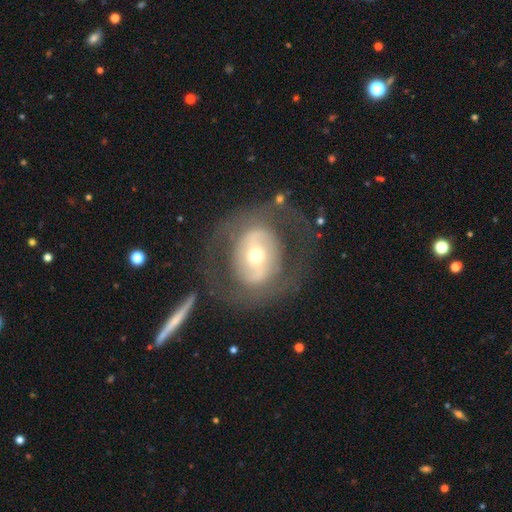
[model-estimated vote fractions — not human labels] smooth_or_featured: featured or disk (p=0.65) [alt: smooth p=0.28]
disk_edge_on: no (p=0.94) [alt: yes p=0.06]
bar: no (p=0.49) [alt: weak p=0.28]
has_spiral_arms: no (p=0.59) [alt: yes p=0.41]
bulge_size: moderate (p=0.51) [alt: small p=0.40]
merging: none (p=0.65) [alt: major disturbance p=0.18]